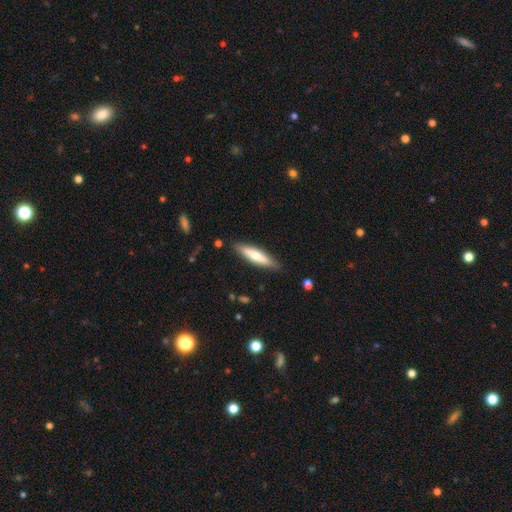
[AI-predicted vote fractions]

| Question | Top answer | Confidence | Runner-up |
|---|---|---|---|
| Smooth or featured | smooth | 61% | featured or disk (34%) |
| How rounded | cigar-shaped | 79% | in between (19%) |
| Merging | none | 86% | minor disturbance (11%) |